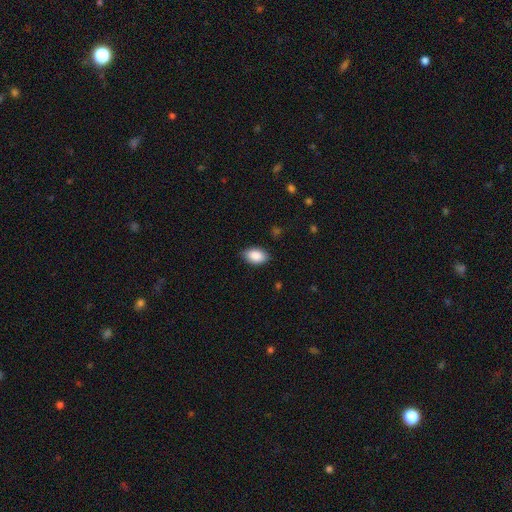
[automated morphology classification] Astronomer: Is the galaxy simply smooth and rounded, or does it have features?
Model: smooth — 89%.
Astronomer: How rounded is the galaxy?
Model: in between — 91%.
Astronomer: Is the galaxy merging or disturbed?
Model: none — 84%.